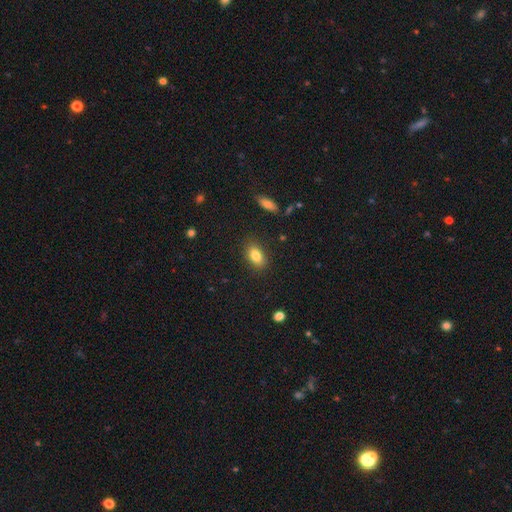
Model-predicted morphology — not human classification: Smooth or featured: smooth — 83% (star or artifact — 9%)
How rounded: in between — 86% (round — 10%)
Merging: none — 85% (minor disturbance — 11%)